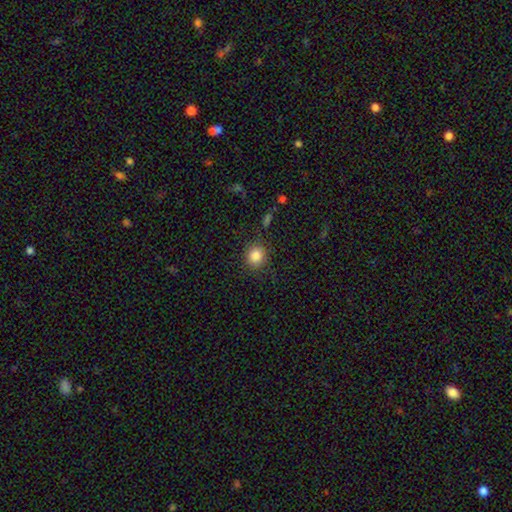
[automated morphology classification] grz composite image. It shows a smooth galaxy with no disk features (85%) that is round (83%). Merging: none (86%).